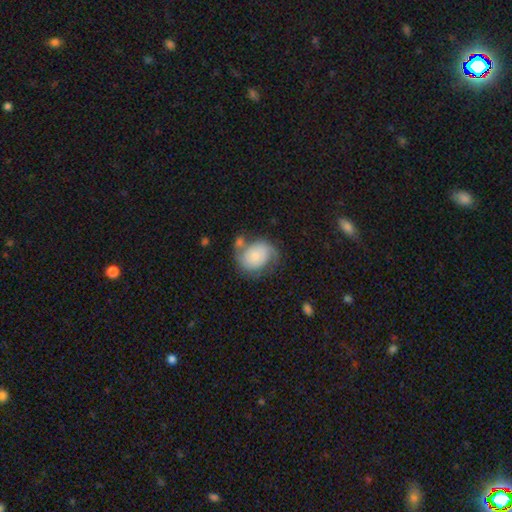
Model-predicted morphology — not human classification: Overall: featured or disk (55%; smooth 38%). Edge-on disk: no (98%). Bar: no (77%). Spiral arms: yes (87%). Bulge size: small (51%; moderate 23%). Merging: none (44%; minor disturbance 24%).